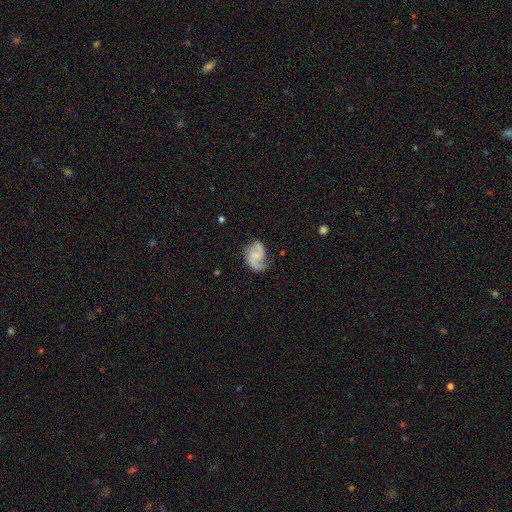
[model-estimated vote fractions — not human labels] Smooth or featured? Predicted: featured or disk (p=0.74). Edge-on disk? Predicted: no (p=0.98). Bar? Predicted: no (p=0.52). Spiral arms? Predicted: yes (p=0.94). Spiral winding? Predicted: medium (p=0.43). Spiral arm count? Predicted: 2 (p=0.83). Bulge size? Predicted: small (p=0.49). Merging? Predicted: none (p=0.65).